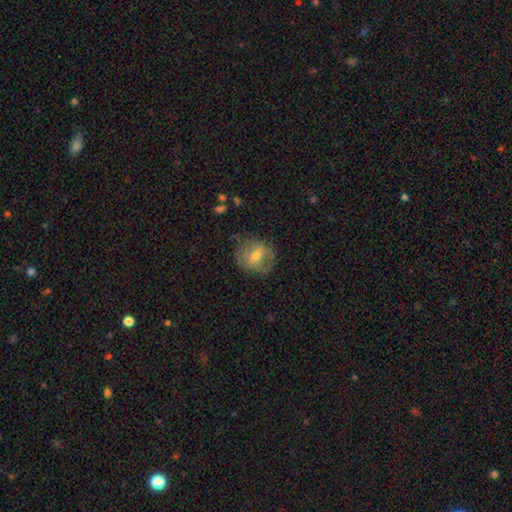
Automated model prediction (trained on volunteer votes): Overall: smooth (50%; featured or disk 41%). How rounded: round (74%). Merging: none (71%).